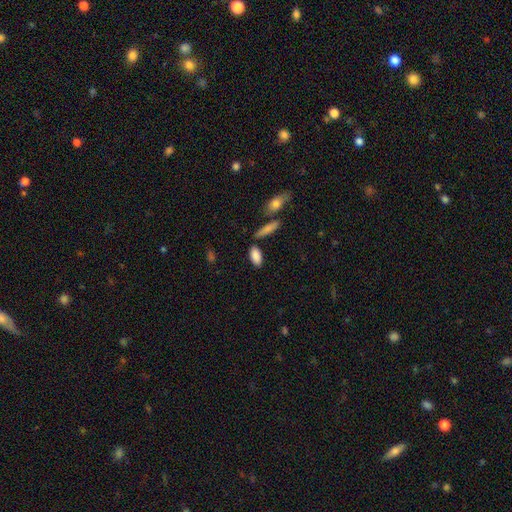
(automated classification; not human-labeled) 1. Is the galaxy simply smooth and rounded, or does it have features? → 87% smooth, 7% featured or disk, 6% star or artifact.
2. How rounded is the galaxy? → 87% in between, 11% cigar-shaped, 2% round.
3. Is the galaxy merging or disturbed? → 77% none, 12% minor disturbance, 8% merger, 3% major disturbance.